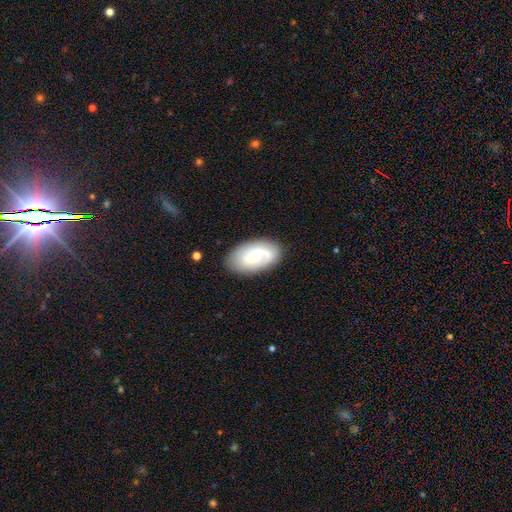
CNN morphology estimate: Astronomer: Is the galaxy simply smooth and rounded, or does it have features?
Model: featured or disk — 49% (runner-up: smooth, 44%).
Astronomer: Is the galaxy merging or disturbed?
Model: none — 78%.